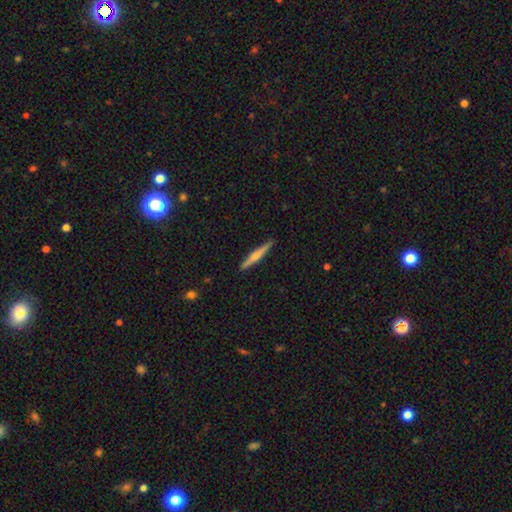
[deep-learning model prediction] This appears to be a smooth galaxy with no disk features (51%) that is cigar-shaped (94%). Merging: none (91%).